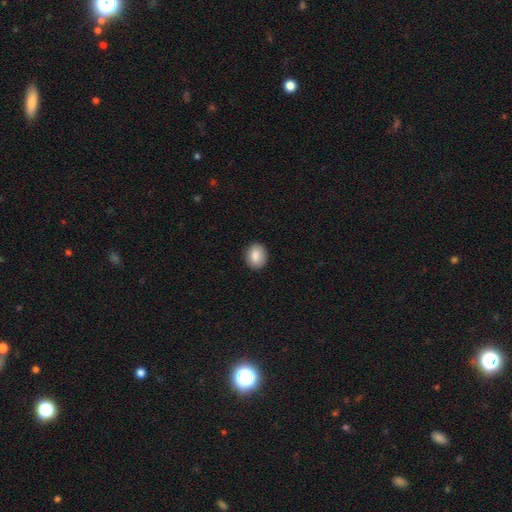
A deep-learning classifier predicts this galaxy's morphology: Smooth or featured? smooth (86%)
How rounded? round (51%)
Merging? none (87%)